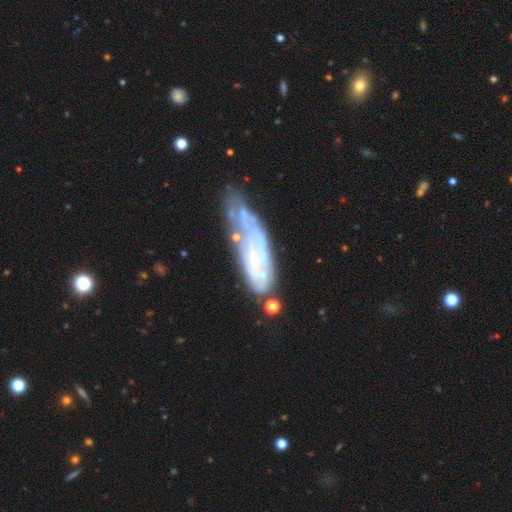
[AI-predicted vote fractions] Smooth or featured? featured or disk (71%)
Edge-on disk? no (81%)
Bar? no (75%)
Spiral arms? yes (54%)
Bulge size? small (64%)
Merging? none (44%)